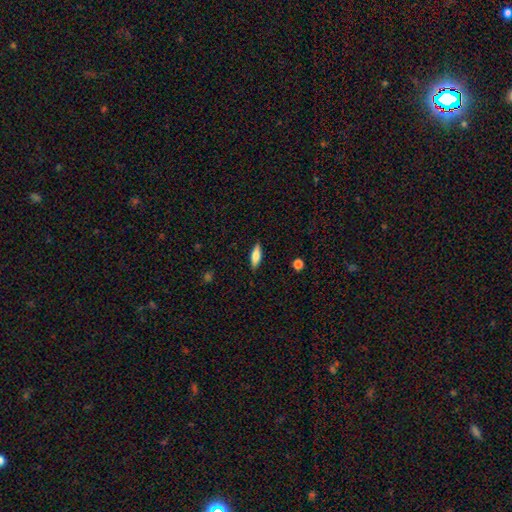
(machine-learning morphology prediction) A smooth galaxy with no disk features (73%) that is in between round and cigar-shaped (57%). Merging: none (86%).